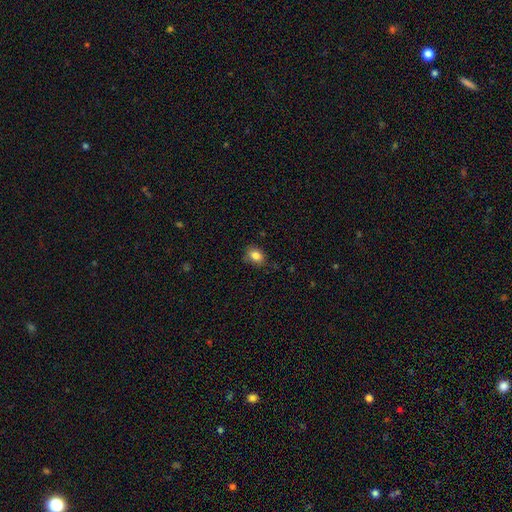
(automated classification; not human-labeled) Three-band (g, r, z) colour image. It shows a smooth galaxy with no disk features (84%) that is in between round and cigar-shaped (61%). Merging: none (76%).